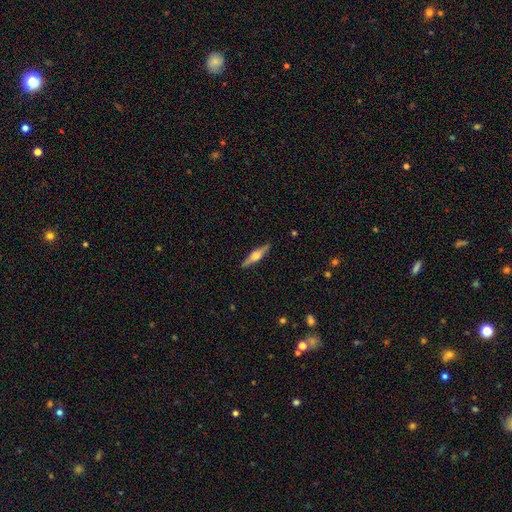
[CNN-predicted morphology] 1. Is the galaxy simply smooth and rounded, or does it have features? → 69% featured or disk, 26% smooth, 6% star or artifact.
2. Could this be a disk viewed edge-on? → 97% yes, 3% no.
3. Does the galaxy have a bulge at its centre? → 89% rounded, 8% boxy, 2% none.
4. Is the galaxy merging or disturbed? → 90% none, 7% minor disturbance, 2% major disturbance, 1% merger.